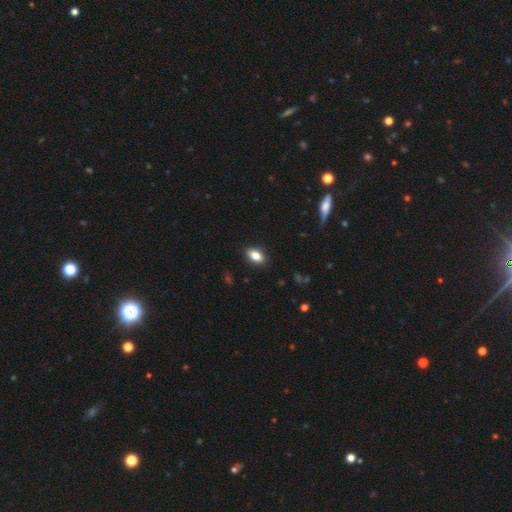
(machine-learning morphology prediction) This is clearly a smooth galaxy (82%). How rounded: clearly in between (87%). Merging: clearly none (89%).